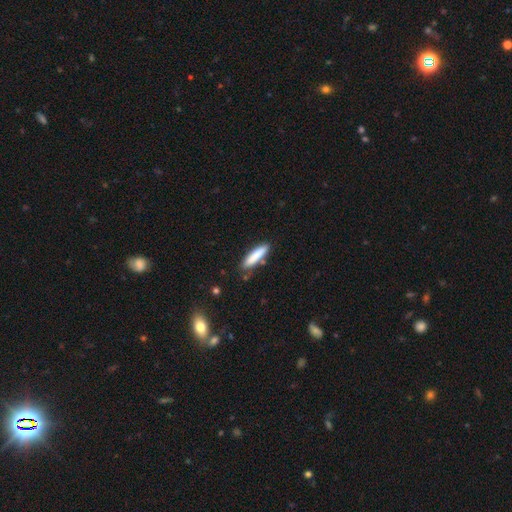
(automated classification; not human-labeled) This appears to be a smooth galaxy with no disk features (83%) that is cigar-shaped (80%). Merging: none (81%).